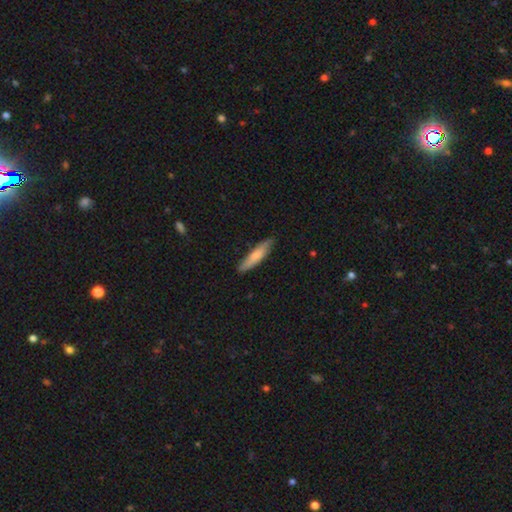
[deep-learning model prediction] Overall: smooth (72%). How rounded: cigar-shaped (80%). Merging: none (84%).